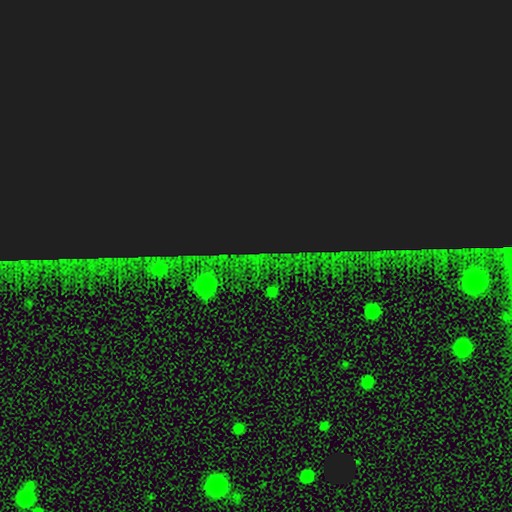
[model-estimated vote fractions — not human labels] Smooth or featured? Predicted: star or artifact (p=0.77).